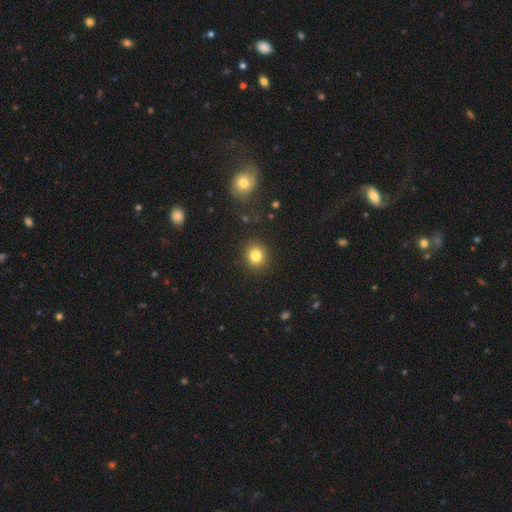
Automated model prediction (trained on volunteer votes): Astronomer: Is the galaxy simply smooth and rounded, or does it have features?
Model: smooth — 82%.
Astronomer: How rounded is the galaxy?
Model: round — 85%.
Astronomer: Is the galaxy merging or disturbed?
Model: none — 89%.